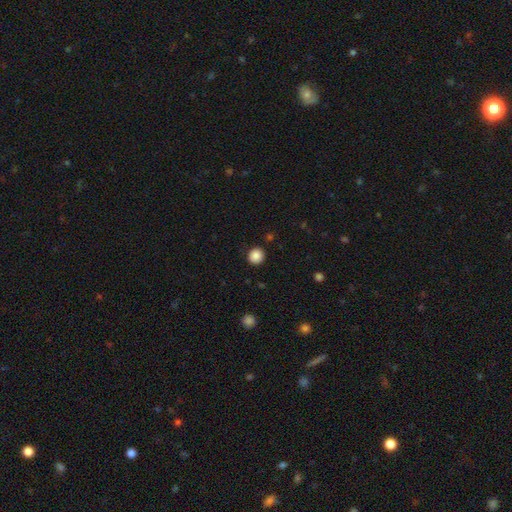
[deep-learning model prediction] This is clearly a smooth galaxy (88%). How rounded: clearly round (90%). Merging: clearly none (91%).